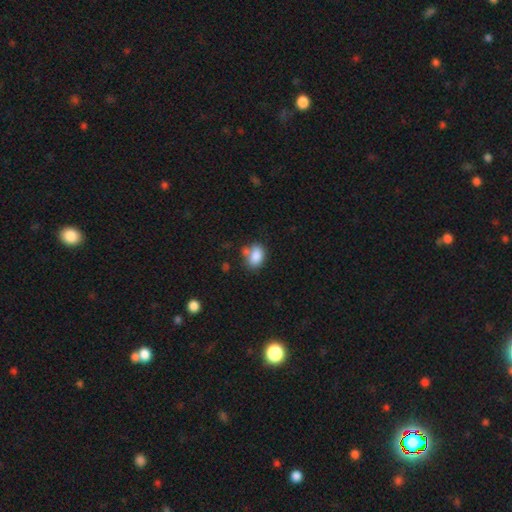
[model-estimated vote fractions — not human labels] Smooth or featured: smooth — 85% (star or artifact — 9%)
How rounded: in between — 75% (round — 24%)
Merging: none — 56% (minor disturbance — 21%)